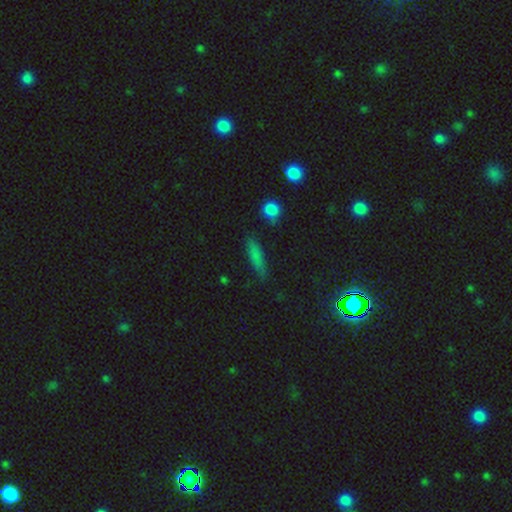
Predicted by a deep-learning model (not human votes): smooth-or-featured: smooth: 75% | featured or disk: 13% | star or artifact: 12%
  how-rounded: cigar-shaped: 67% | in between: 29% | round: 4%
  merging: none: 75% | minor disturbance: 18% | major disturbance: 4% | merger: 3%